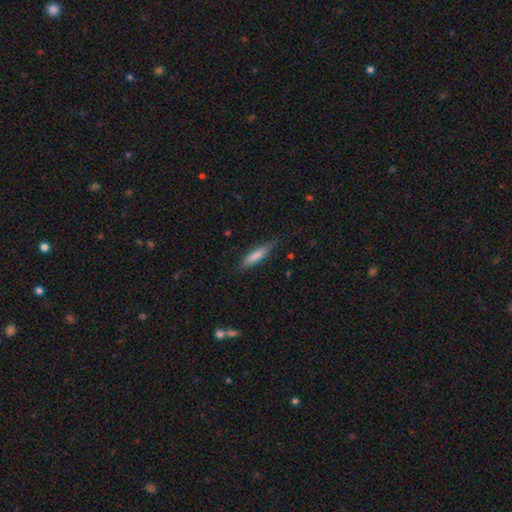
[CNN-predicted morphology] smooth_or_featured: smooth (p=0.76) [alt: featured or disk p=0.18]
how_rounded: cigar-shaped (p=0.79) [alt: in between p=0.20]
merging: none (p=0.78) [alt: minor disturbance p=0.18]